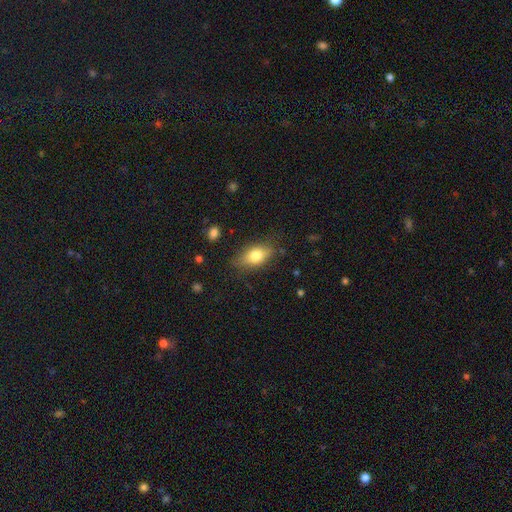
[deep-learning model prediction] smooth_or_featured: smooth (p=0.76) [alt: featured or disk p=0.15]
how_rounded: in between (p=0.85) [alt: round p=0.09]
merging: none (p=0.76) [alt: minor disturbance p=0.17]